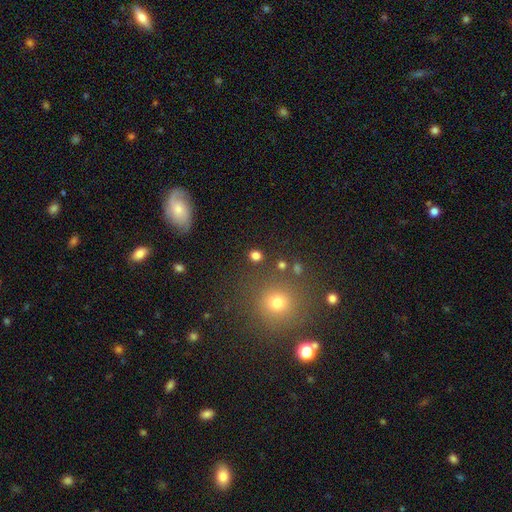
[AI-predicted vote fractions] Smooth or featured? Predicted: smooth (p=0.78). How rounded? Predicted: round (p=0.77). Merging? Predicted: none (p=0.85).